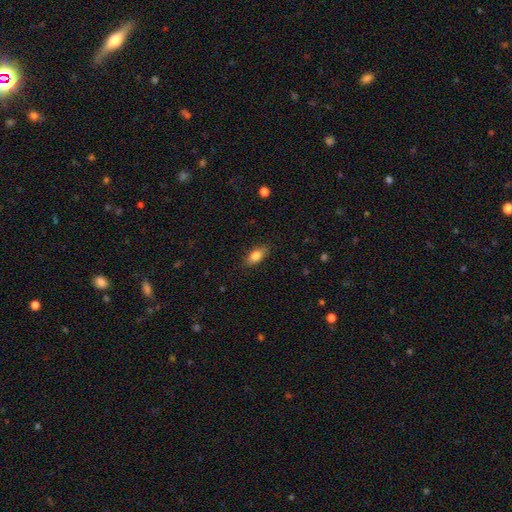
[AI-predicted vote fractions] The model was most divided on "smooth or featured": smooth: 81%, featured or disk: 11%, star or artifact: 7%. More confident: how rounded — in between (85%); merging — none (84%).